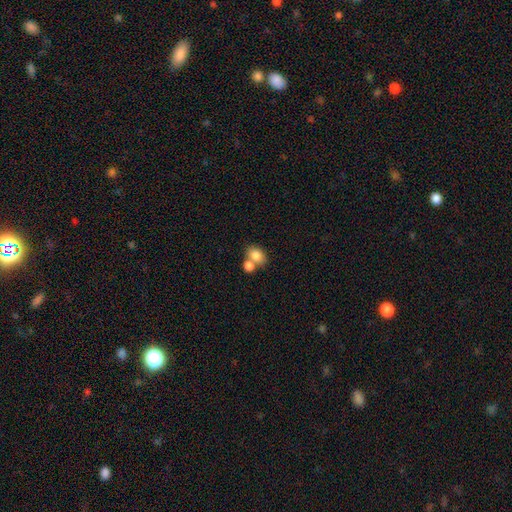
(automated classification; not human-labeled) smooth-or-featured: smooth: 82% | featured or disk: 9% | star or artifact: 9%
  how-rounded: in between: 69% | round: 30% | cigar-shaped: 1%
  merging: merger: 46% | none: 41% | minor disturbance: 9% | major disturbance: 4%